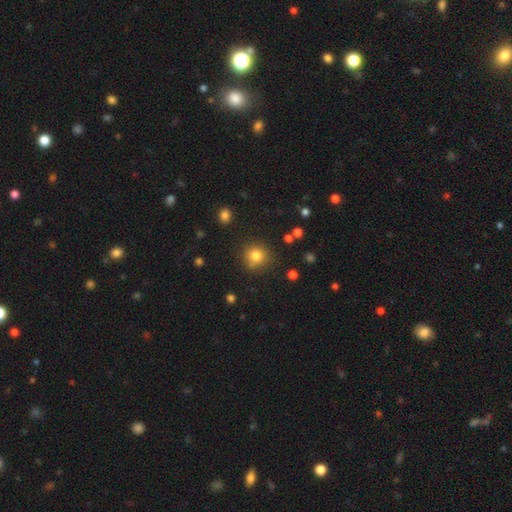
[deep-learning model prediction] Overall: smooth (80%). How rounded: round (92%). Merging: none (82%).